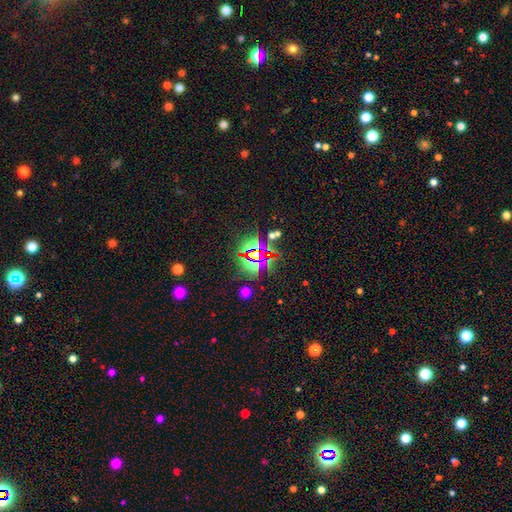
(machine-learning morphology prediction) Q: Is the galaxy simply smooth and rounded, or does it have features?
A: star or artifact — 76%.